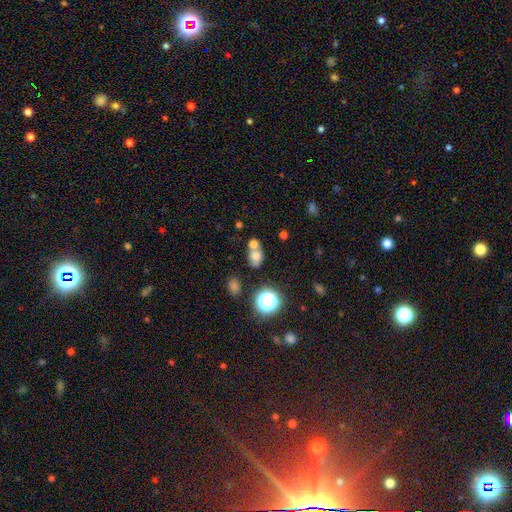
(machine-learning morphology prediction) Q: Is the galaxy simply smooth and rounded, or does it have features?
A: smooth — 67%.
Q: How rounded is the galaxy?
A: in between — 51%.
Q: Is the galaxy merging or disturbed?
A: merger — 48%.